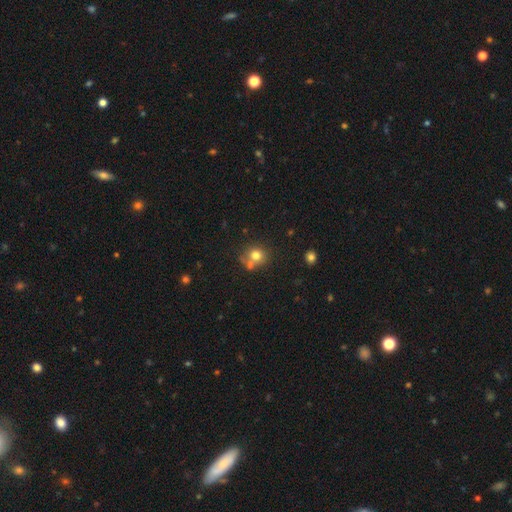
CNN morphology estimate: Smooth or featured: smooth — 75% (star or artifact — 13%)
How rounded: round — 81% (in between — 18%)
Merging: none — 55% (merger — 25%)